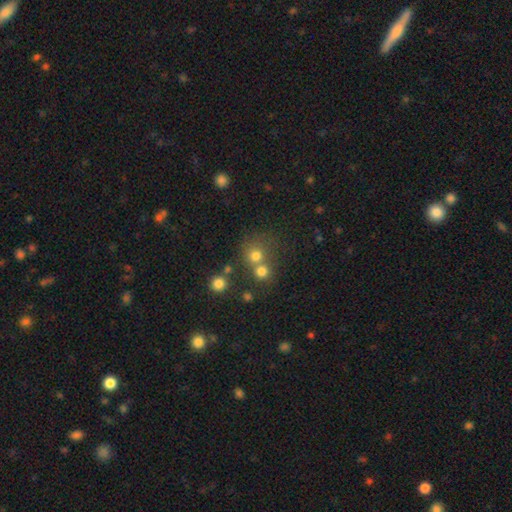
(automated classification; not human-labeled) Overall: smooth (73%). How rounded: round (87%). Merging: none (52%; merger 38%).